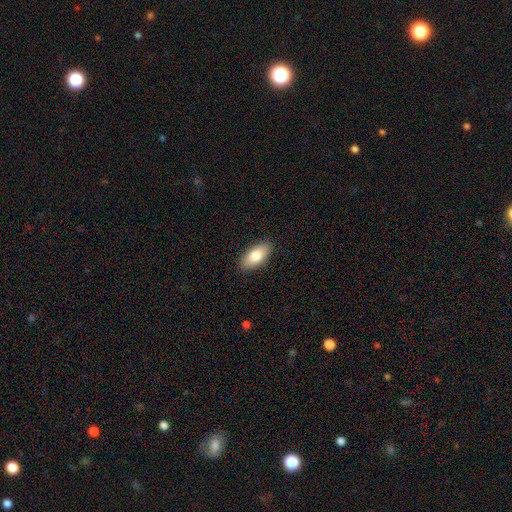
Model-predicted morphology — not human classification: Smooth or featured? Predicted: smooth (p=0.79). How rounded? Predicted: in between (p=0.86). Merging? Predicted: none (p=0.89).